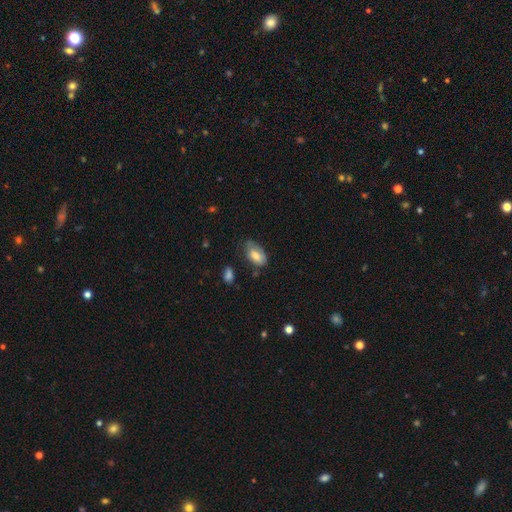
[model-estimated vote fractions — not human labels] Smooth or featured? smooth (75%)
How rounded? in between (93%)
Merging? none (50%)